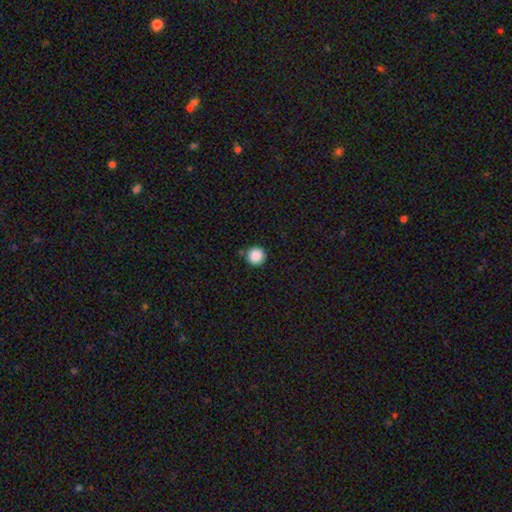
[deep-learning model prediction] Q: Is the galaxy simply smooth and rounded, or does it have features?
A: smooth — 88%.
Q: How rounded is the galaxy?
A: round — 96%.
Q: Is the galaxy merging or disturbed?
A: none — 88%.